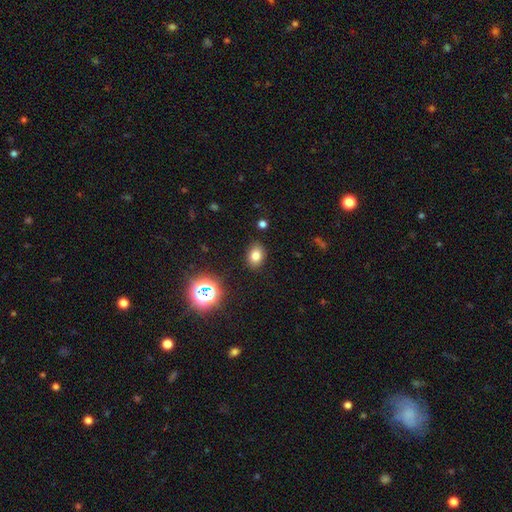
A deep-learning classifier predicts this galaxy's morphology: smooth_or_featured: smooth (p=0.77) [alt: star or artifact p=0.15]
how_rounded: in between (p=0.72) [alt: round p=0.27]
merging: none (p=0.87) [alt: minor disturbance p=0.09]